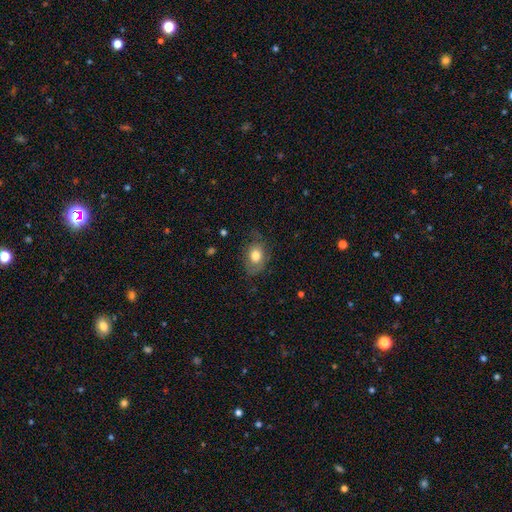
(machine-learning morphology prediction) Overall: smooth (71%). How rounded: in between (70%). Merging: none (63%; minor disturbance 25%).